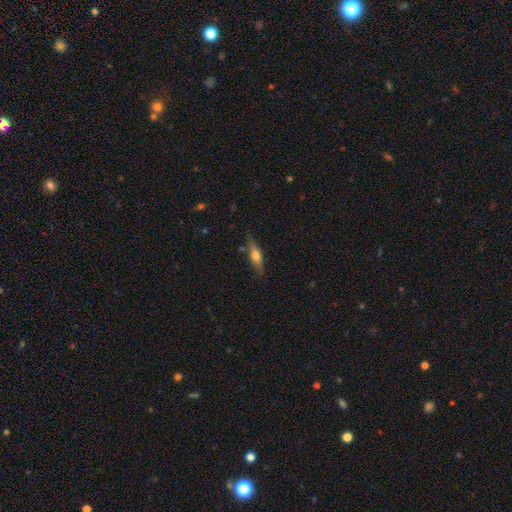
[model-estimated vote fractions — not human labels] Smooth or featured: smooth — 50% (featured or disk — 43%)
How rounded: cigar-shaped — 61% (in between — 36%)
Merging: none — 77% (minor disturbance — 17%)